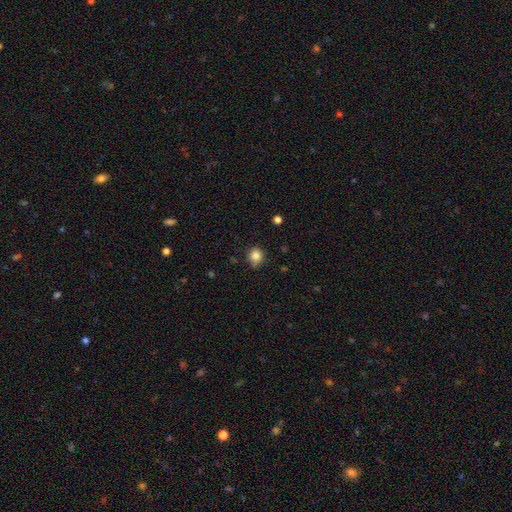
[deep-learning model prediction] Smooth or featured? smooth (85%)
How rounded? round (76%)
Merging? none (74%)